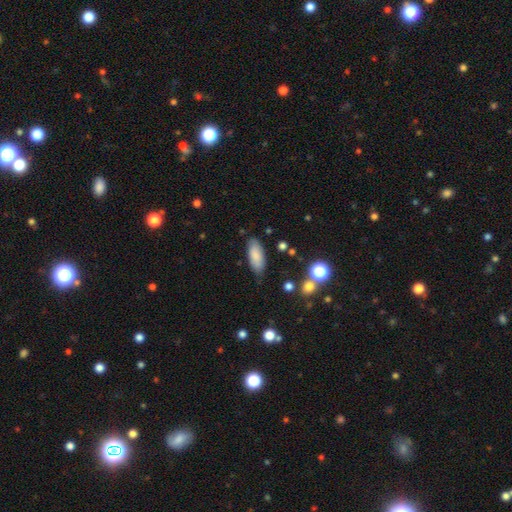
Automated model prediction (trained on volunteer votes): Smooth or featured?
  - smooth: 84% *
  - featured or disk: 9%
  - star or artifact: 7%
How rounded?
  - in between: 78% *
  - cigar-shaped: 20%
  - round: 2%
Merging?
  - none: 81% *
  - minor disturbance: 15%
  - major disturbance: 3%
  - merger: 2%